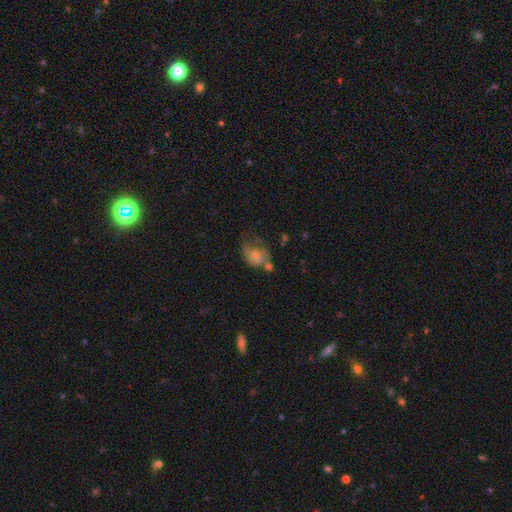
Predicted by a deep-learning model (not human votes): smooth-or-featured: smooth: 47% | featured or disk: 44% | star or artifact: 9%
  merging: major disturbance: 28% | none: 27% | minor disturbance: 24% | merger: 21%